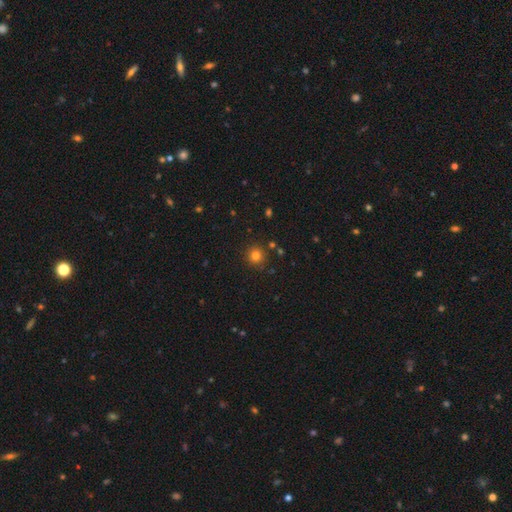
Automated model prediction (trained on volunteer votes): The model was most divided on "smooth or featured": smooth: 78%, star or artifact: 15%, featured or disk: 7%. More confident: how rounded — round (94%); merging — none (88%).